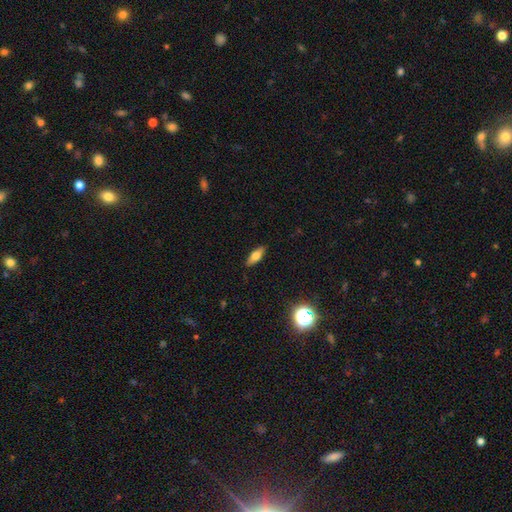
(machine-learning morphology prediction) This is likely a smooth galaxy (67%). How rounded: likely in between (68%). Merging: clearly none (88%).